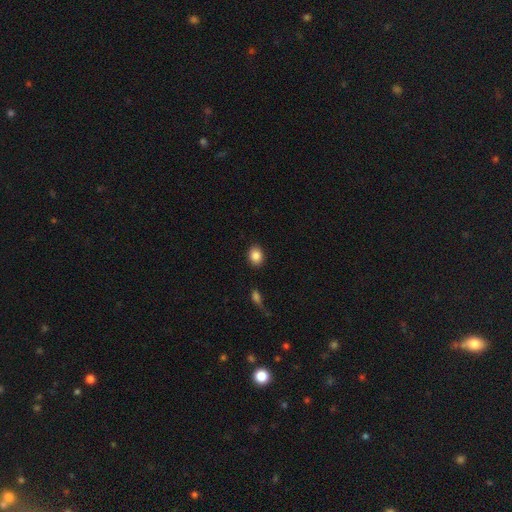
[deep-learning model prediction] smooth_or_featured: smooth (p=0.87) [alt: star or artifact p=0.08]
how_rounded: in between (p=0.54) [alt: round p=0.45]
merging: none (p=0.88) [alt: minor disturbance p=0.08]